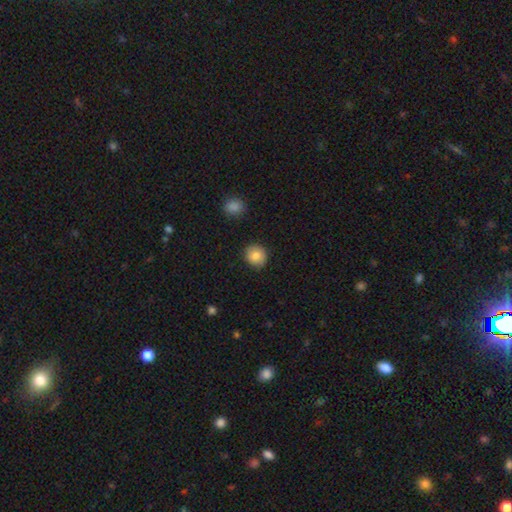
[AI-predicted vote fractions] smooth-or-featured: smooth: 82% | featured or disk: 9% | star or artifact: 8%
  how-rounded: round: 86% | in between: 13% | cigar-shaped: 1%
  merging: none: 88% | minor disturbance: 9% | major disturbance: 2% | merger: 1%